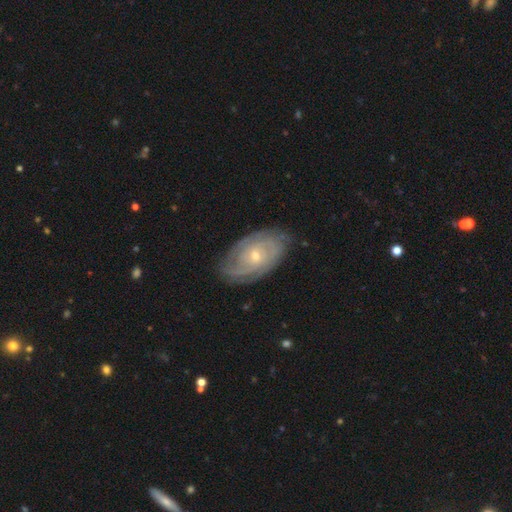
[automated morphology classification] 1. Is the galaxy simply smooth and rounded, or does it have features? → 82% featured or disk, 13% smooth, 5% star or artifact.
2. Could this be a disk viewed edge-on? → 95% no, 5% yes.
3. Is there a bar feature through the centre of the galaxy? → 71% no, 24% weak, 4% strong.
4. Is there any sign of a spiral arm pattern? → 94% yes, 6% no.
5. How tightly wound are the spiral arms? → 73% tight, 22% medium, 5% loose.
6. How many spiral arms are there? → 36% can't tell, 28% 2, 18% 3, 9% 4, 5% 1, 5% more than 4.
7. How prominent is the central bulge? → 61% small, 36% moderate, 1% large, 1% none, 1% dominant.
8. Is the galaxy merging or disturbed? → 78% none, 17% minor disturbance, 4% major disturbance, 1% merger.